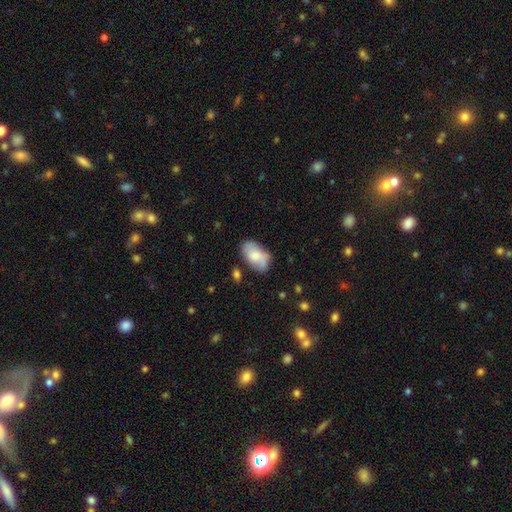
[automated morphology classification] A smooth galaxy with no disk features (67%) that is in between round and cigar-shaped (92%). Merging: none (65%).